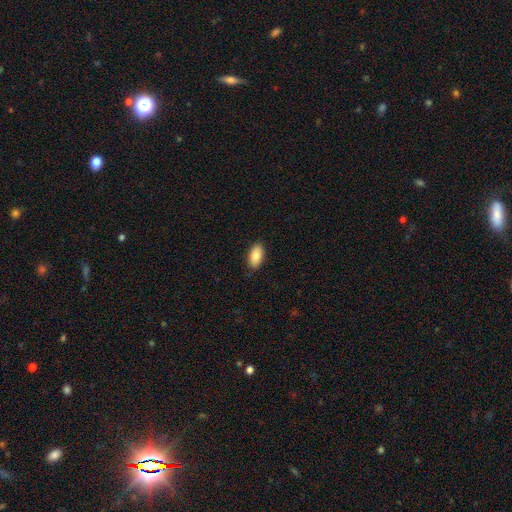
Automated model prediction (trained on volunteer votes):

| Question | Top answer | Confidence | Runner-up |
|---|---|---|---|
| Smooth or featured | smooth | 87% | featured or disk (7%) |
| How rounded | in between | 93% | cigar-shaped (4%) |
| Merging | none | 86% | minor disturbance (11%) |